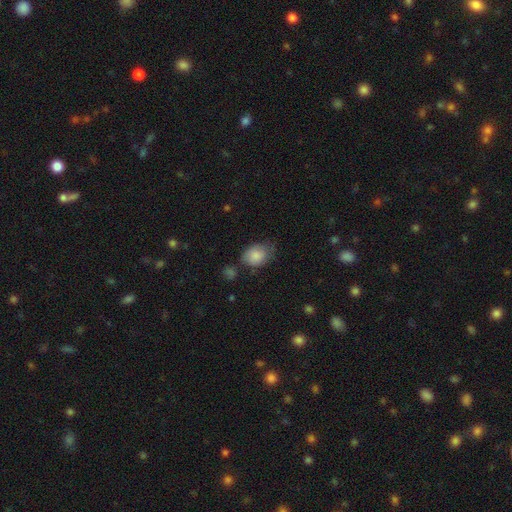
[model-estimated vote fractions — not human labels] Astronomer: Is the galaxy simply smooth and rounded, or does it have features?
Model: smooth — 85%.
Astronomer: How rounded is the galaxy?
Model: in between — 69%.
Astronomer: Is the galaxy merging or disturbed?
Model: none — 56%.